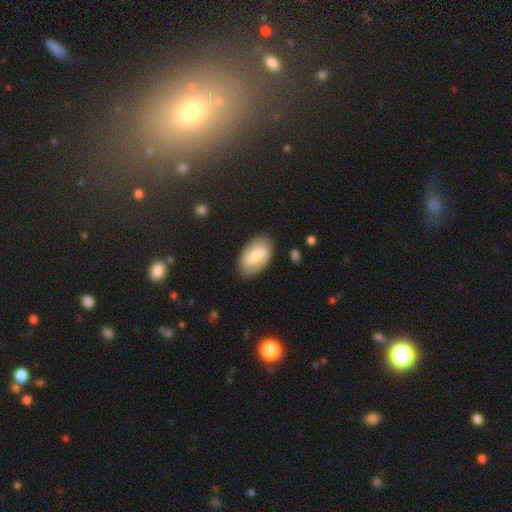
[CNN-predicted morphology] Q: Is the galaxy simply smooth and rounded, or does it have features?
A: featured or disk — 57%.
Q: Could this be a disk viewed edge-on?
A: no — 96%.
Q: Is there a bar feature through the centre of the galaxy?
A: weak — 51%.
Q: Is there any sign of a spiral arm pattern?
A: yes — 82%.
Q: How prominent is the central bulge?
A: moderate — 47%.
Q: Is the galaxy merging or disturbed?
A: none — 82%.